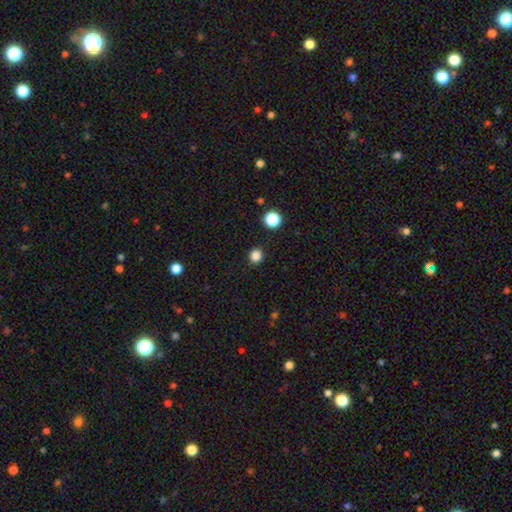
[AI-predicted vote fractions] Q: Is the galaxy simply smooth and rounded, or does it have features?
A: smooth — 84%.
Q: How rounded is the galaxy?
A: round — 90%.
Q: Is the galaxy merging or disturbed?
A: none — 91%.